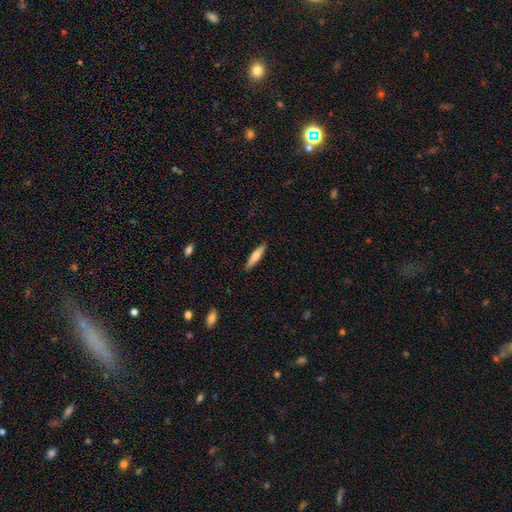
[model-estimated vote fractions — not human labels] A smooth galaxy with no disk features (71%) that is cigar-shaped (82%). Merging: none (90%).